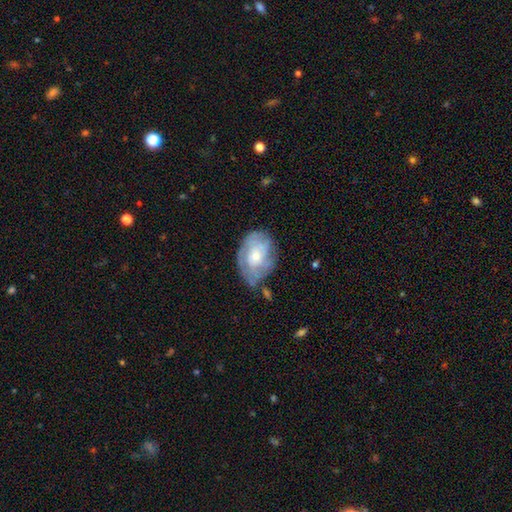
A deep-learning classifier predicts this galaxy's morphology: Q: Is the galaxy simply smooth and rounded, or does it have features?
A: featured or disk — 62%.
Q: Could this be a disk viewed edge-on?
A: no — 96%.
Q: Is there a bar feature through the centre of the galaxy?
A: no — 79%.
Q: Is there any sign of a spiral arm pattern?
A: yes — 70%.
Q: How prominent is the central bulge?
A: moderate — 49%.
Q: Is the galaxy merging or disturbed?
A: none — 57%.